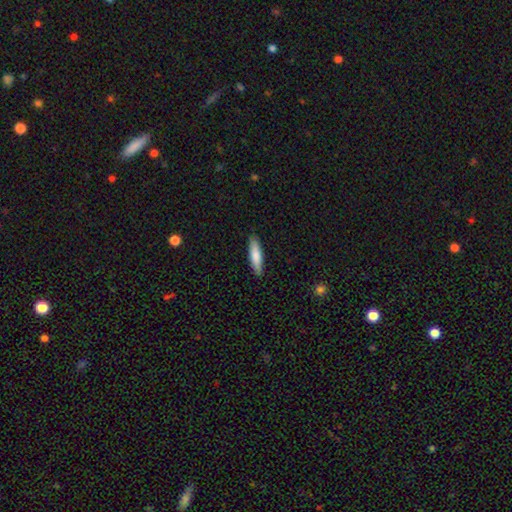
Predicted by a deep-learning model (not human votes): Morphology: type=smooth (79%); roundness=cigar-shaped (72%); merging=none (88%).